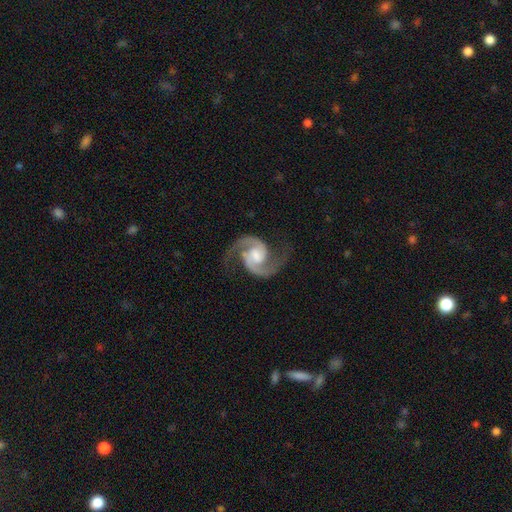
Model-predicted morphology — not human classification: featured or disk 94%, star or artifact 3%, smooth 3%. Down the decision tree: edge-on disk — no (98%); bar — weak (45%); spiral arms — yes (99%); spiral arm count — 2 (95%); spiral winding — medium (64%); bulge size — moderate (44%); merging — none (79%).